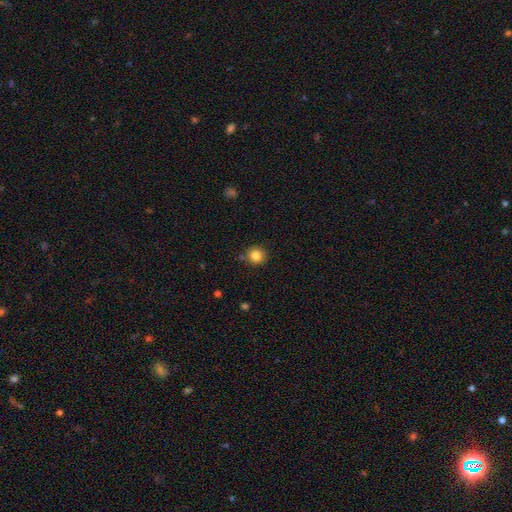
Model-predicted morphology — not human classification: This is clearly a smooth galaxy (84%). How rounded: clearly round (88%). Merging: clearly none (84%).